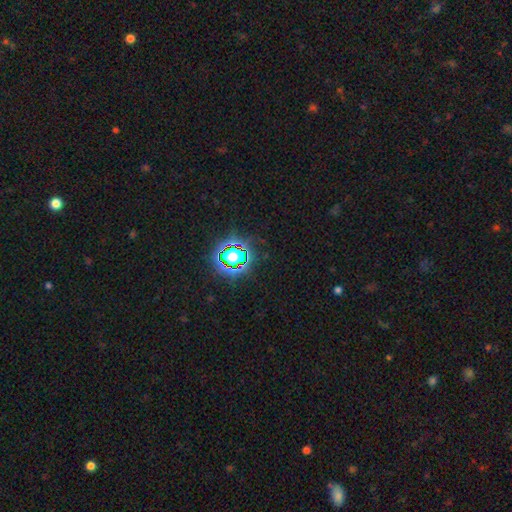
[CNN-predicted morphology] Smooth or featured? star or artifact (78%)